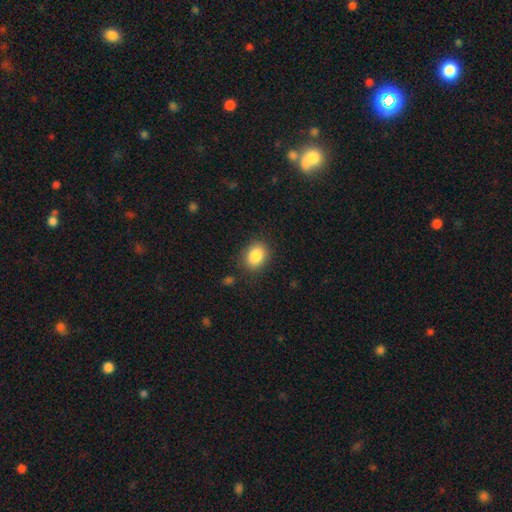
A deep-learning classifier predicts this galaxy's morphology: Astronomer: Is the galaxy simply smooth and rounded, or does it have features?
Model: smooth — 87%.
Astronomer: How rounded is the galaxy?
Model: in between — 64%.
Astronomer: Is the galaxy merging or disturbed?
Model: none — 85%.